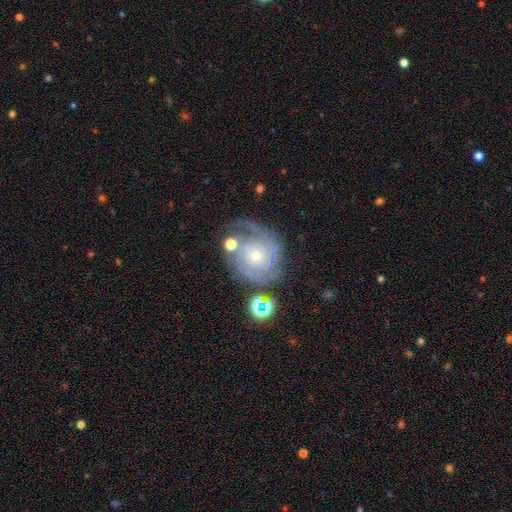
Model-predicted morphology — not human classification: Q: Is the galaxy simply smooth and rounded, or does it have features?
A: featured or disk — 83%.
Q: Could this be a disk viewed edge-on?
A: no — 98%.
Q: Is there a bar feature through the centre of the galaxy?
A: no — 76%.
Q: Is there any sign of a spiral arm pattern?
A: yes — 95%.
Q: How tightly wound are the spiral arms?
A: tight — 64%.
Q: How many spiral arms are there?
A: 2 — 27%, tied with can't tell.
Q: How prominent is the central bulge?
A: small — 60%.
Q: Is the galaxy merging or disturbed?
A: none — 61%.